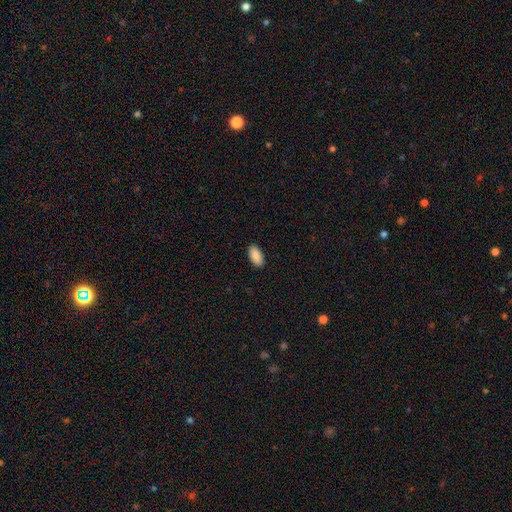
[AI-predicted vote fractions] Smooth or featured? smooth (90%)
How rounded? in between (94%)
Merging? none (91%)